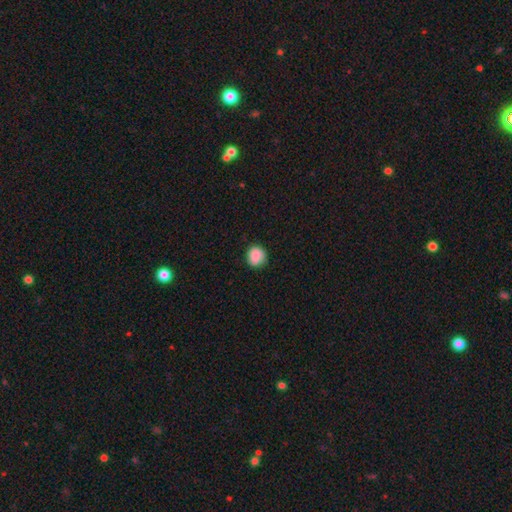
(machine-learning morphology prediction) type=smooth (88%); roundness=round (84%); merging=none (83%).